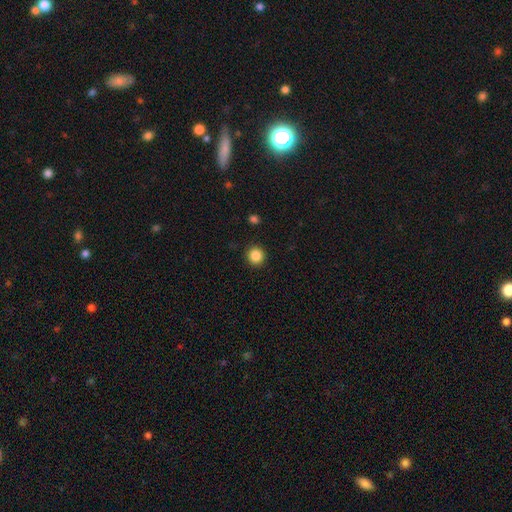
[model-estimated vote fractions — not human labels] Overall: smooth (85%). How rounded: round (94%). Merging: none (92%).